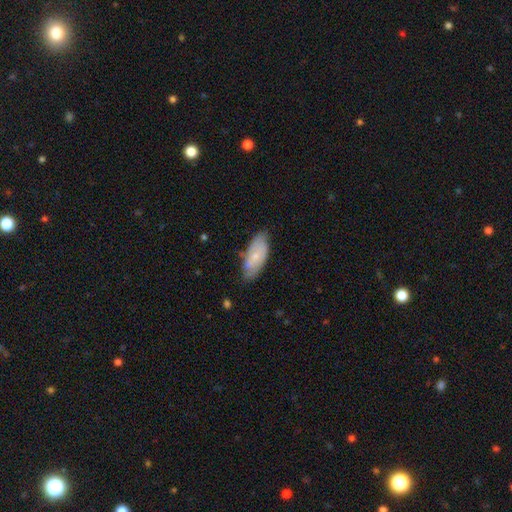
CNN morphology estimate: A smooth galaxy with no disk features (58%) that is in between round and cigar-shaped (84%). Merging: none (67%).